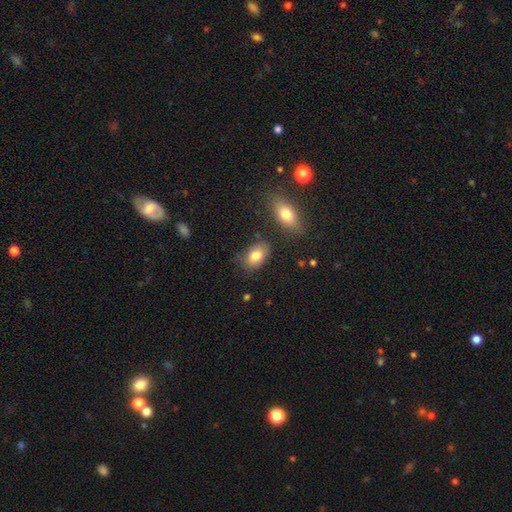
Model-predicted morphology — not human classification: Q: Smooth or featured?
A: smooth (82%); runner-up: featured or disk (11%)
Q: How rounded?
A: in between (88%); runner-up: round (11%)
Q: Merging?
A: none (76%); runner-up: minor disturbance (16%)